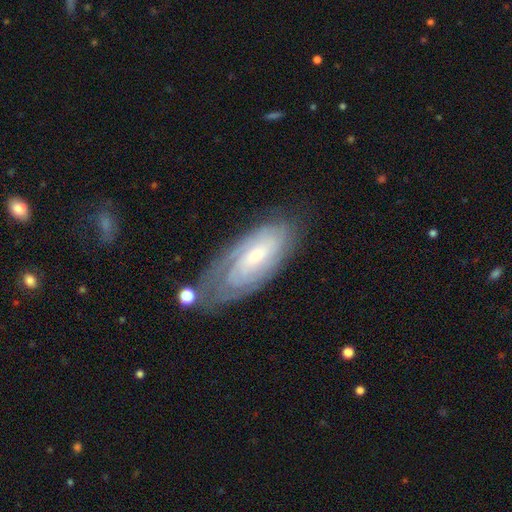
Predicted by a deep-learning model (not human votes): Q: Smooth or featured?
A: featured or disk (75%); runner-up: smooth (18%)
Q: Edge-on disk?
A: no (91%); runner-up: yes (9%)
Q: Bar?
A: no (56%); runner-up: weak (35%)
Q: Spiral arms?
A: yes (93%); runner-up: no (7%)
Q: Spiral winding?
A: tight (74%); runner-up: medium (21%)
Q: Spiral arm count?
A: can't tell (50%); runner-up: 2 (24%)
Q: Bulge size?
A: small (56%); runner-up: moderate (35%)
Q: Merging?
A: none (62%); runner-up: minor disturbance (23%)